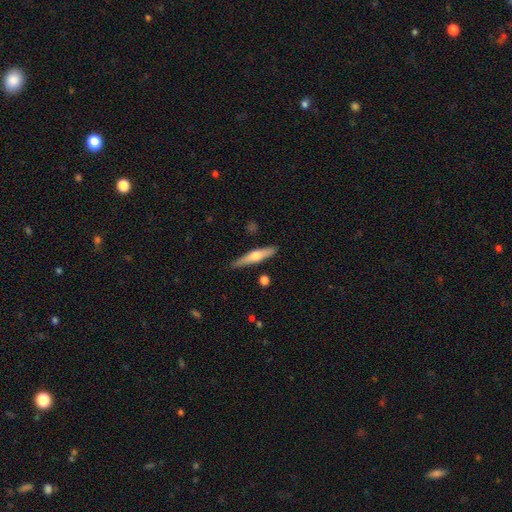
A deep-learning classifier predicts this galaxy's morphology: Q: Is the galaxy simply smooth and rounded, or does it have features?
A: featured or disk — 50%.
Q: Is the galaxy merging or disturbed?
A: none — 86%.